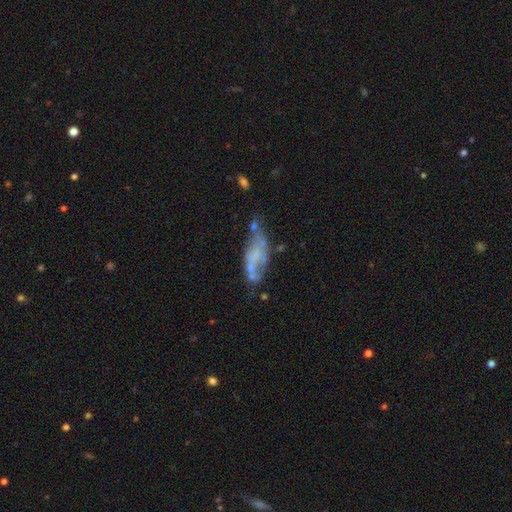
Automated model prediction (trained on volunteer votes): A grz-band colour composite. It shows a featured or disk galaxy (58%) with no bar (79%), no spiral arms (76%) and no central bulge (59%). Merging: none (39%).